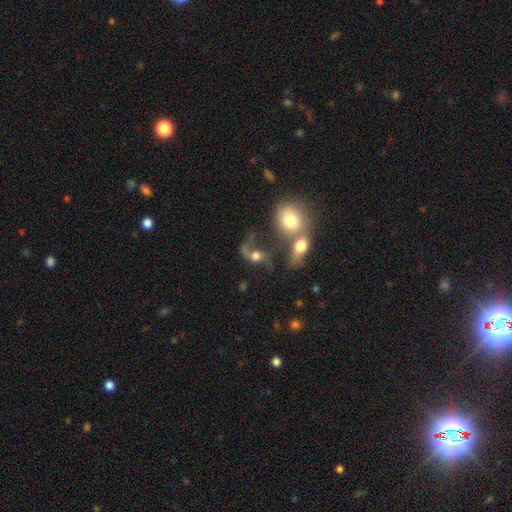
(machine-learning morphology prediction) Smooth or featured?
  - featured or disk: 58% *
  - smooth: 31%
  - star or artifact: 11%
Edge-on disk?
  - no: 95% *
  - yes: 5%
Bar?
  - no: 67% *
  - weak: 25%
  - strong: 7%
Spiral arms?
  - yes: 79% *
  - no: 21%
Bulge size?
  - moderate: 46% *
  - large: 31%
  - small: 11%
  - none: 6%
  - dominant: 5%
Merging?
  - merger: 35% *
  - none: 30%
  - major disturbance: 23%
  - minor disturbance: 13%